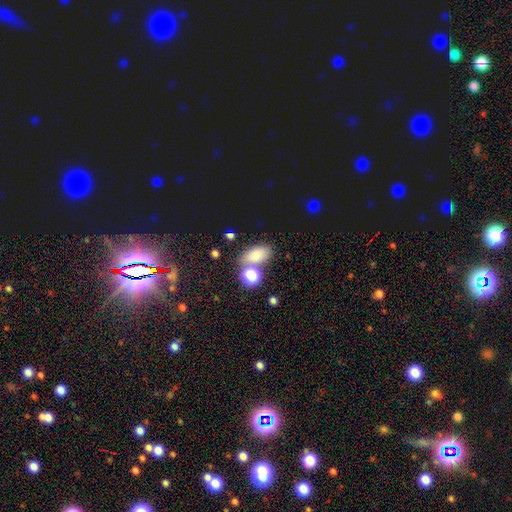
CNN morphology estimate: Overall: smooth (73%). How rounded: in between (80%). Merging: none (65%).